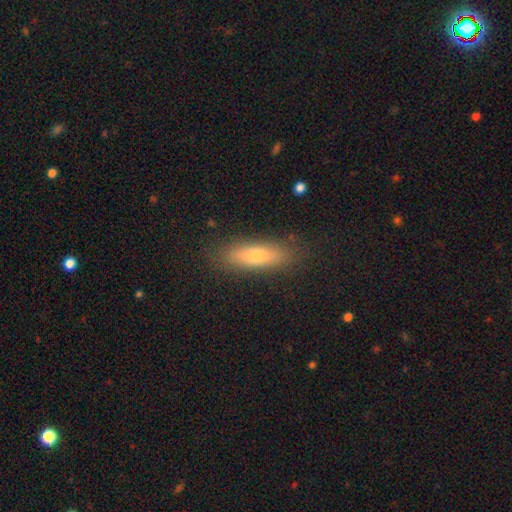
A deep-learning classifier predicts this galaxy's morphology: This is likely a smooth galaxy (68%). How rounded: possibly cigar-shaped (56%). Merging: clearly none (86%).